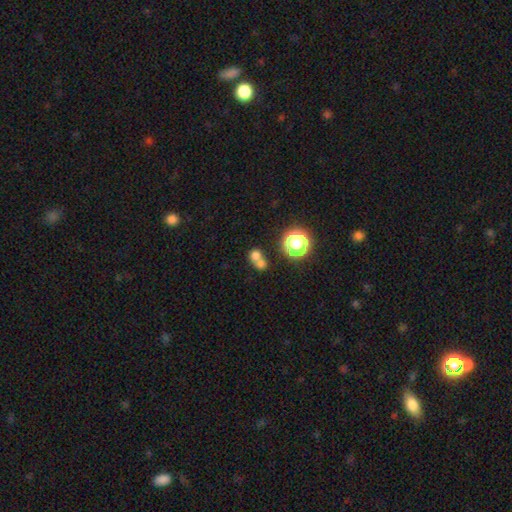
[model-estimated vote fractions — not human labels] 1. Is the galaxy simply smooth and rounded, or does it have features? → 69% smooth, 17% star or artifact, 14% featured or disk.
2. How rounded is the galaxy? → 72% round, 26% in between, 1% cigar-shaped.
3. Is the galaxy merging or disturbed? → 58% merger, 31% none, 6% minor disturbance, 4% major disturbance.